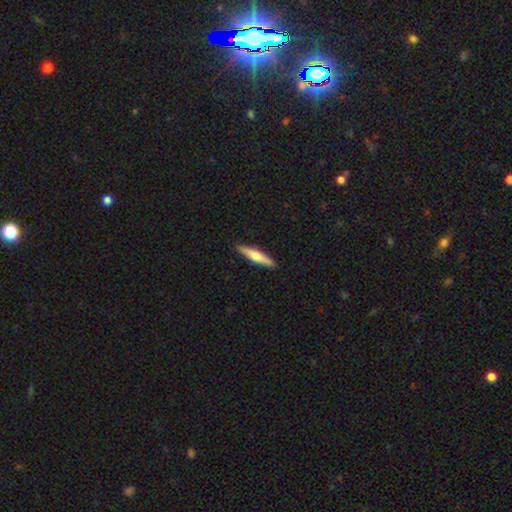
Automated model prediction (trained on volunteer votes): The model was most divided on "smooth or featured": smooth: 51%, featured or disk: 44%, star or artifact: 5%. More confident: merging — none (91%); how rounded — cigar-shaped (86%).